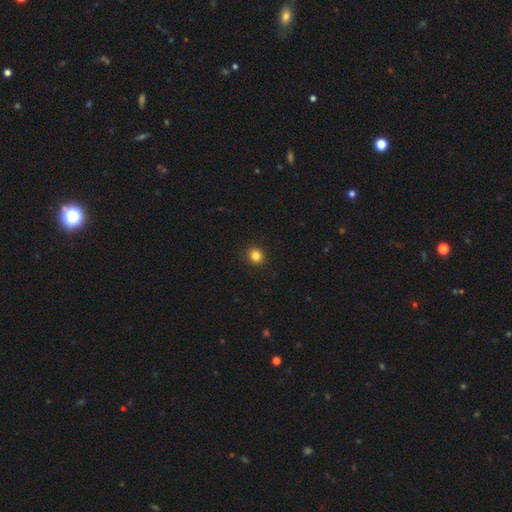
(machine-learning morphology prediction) The model was most divided on "smooth or featured": smooth: 84%, star or artifact: 12%, featured or disk: 4%. More confident: merging — none (92%); how rounded — round (87%).